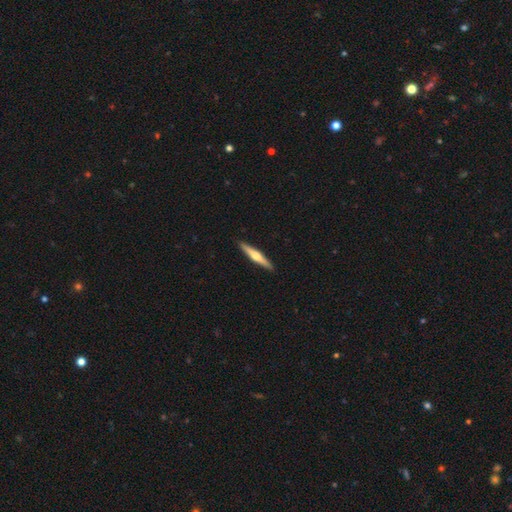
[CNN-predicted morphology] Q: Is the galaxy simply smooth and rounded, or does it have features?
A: featured or disk — 59%.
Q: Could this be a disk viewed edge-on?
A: yes — 97%.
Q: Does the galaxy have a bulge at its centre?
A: rounded — 89%.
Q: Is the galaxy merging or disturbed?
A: none — 92%.